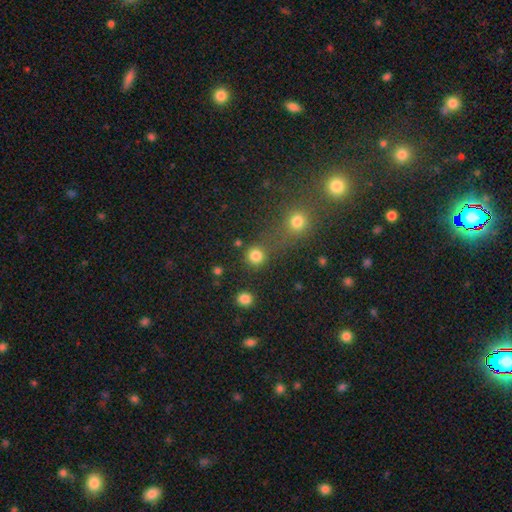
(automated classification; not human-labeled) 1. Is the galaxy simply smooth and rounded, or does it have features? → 82% smooth, 13% star or artifact, 5% featured or disk.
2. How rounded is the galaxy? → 92% round, 7% in between, 1% cigar-shaped.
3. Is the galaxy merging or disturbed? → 75% none, 14% merger, 8% minor disturbance, 4% major disturbance.